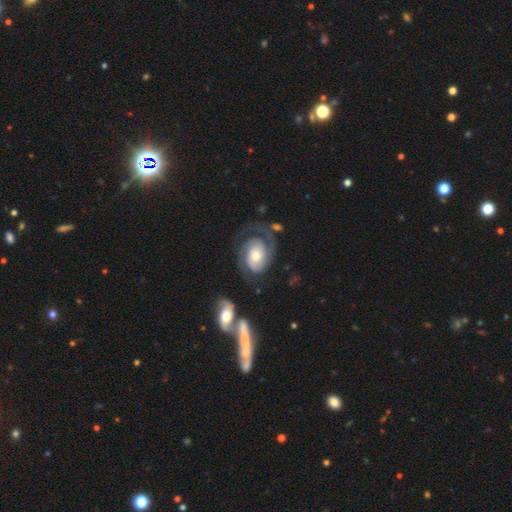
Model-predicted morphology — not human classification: This appears to be a featured or disk galaxy (80%) with no bar (69%), 2 (54%) tight (52%) spiral arms (95%) and a moderate central bulge (57%). Merging: none (49%).